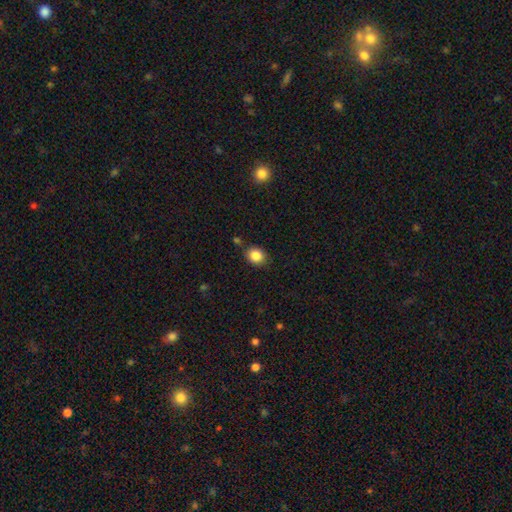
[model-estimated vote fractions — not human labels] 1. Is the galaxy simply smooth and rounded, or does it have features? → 86% smooth, 9% star or artifact, 5% featured or disk.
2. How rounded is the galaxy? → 68% round, 32% in between, 1% cigar-shaped.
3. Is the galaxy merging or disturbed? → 81% none, 12% minor disturbance, 4% merger, 3% major disturbance.